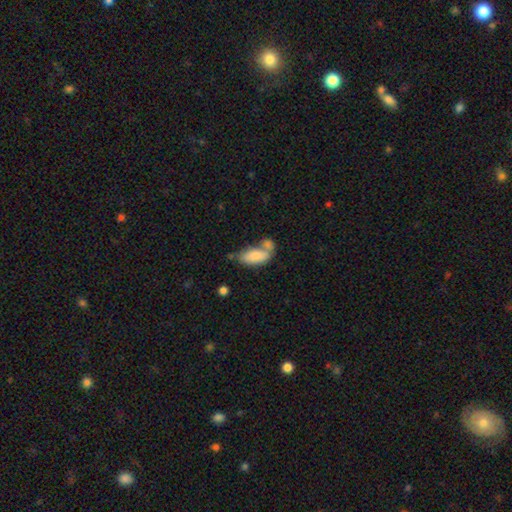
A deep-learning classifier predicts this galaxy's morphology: This is likely a smooth galaxy (80%). How rounded: clearly in between (87%). Merging: marginally merger (43%).